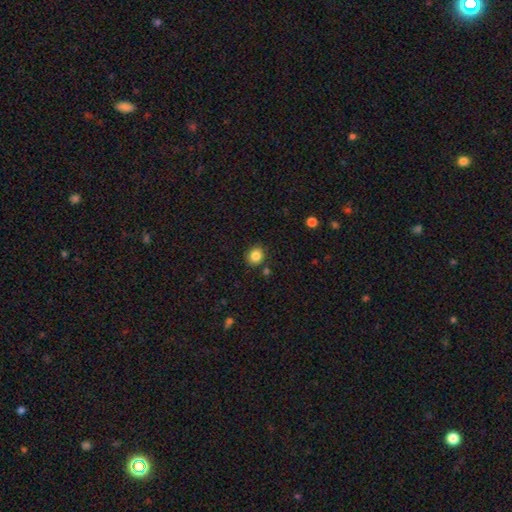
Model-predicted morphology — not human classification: Smooth or featured? Predicted: smooth (p=0.85). How rounded? Predicted: round (p=0.71). Merging? Predicted: none (p=0.84).